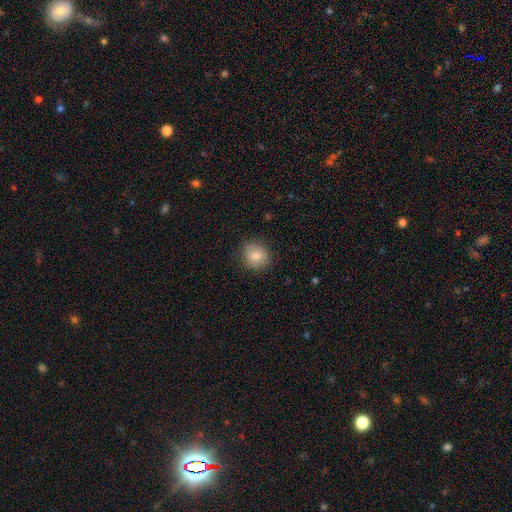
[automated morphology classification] The model was most divided on "how rounded": round: 83%, in between: 16%, cigar-shaped: 1%. More confident: merging — none (84%); smooth or featured — smooth (83%).